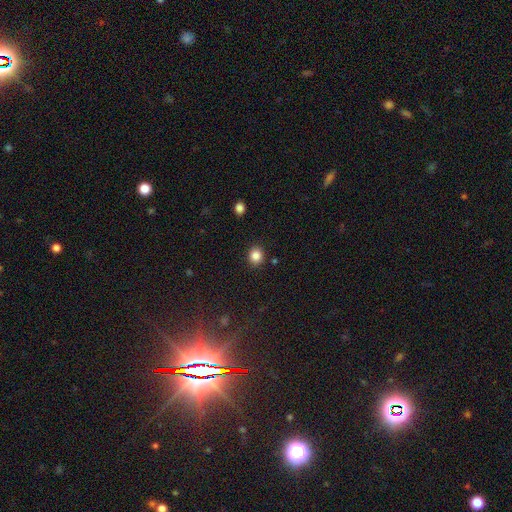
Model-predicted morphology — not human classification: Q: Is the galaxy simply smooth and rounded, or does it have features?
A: smooth — 85%.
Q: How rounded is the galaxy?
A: round — 76%.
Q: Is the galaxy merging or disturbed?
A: none — 88%.